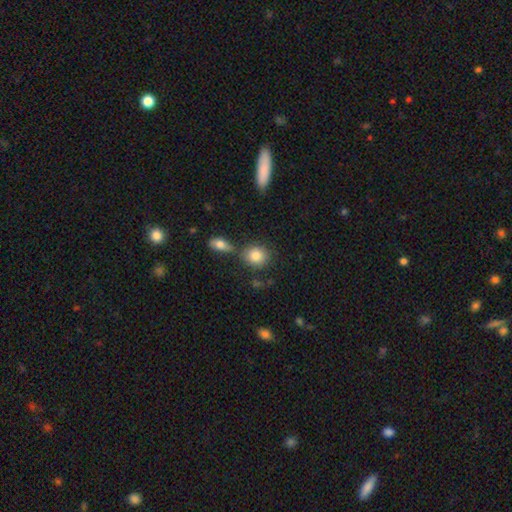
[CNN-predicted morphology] Smooth or featured: smooth — 83% (featured or disk — 9%)
How rounded: round — 68% (in between — 31%)
Merging: none — 66% (merger — 18%)